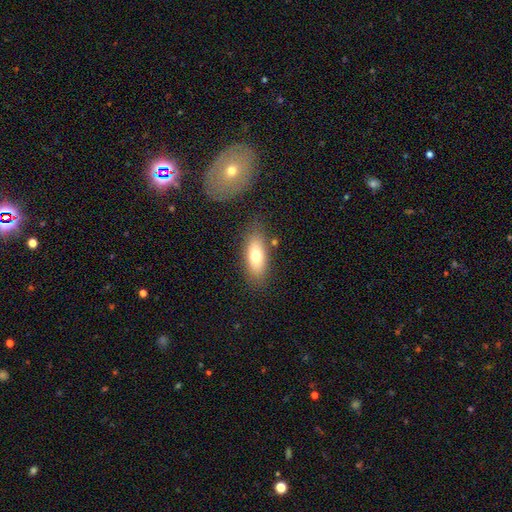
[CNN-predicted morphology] Smooth or featured: smooth — 72% (featured or disk — 21%)
How rounded: in between — 77% (cigar-shaped — 19%)
Merging: none — 78% (minor disturbance — 13%)